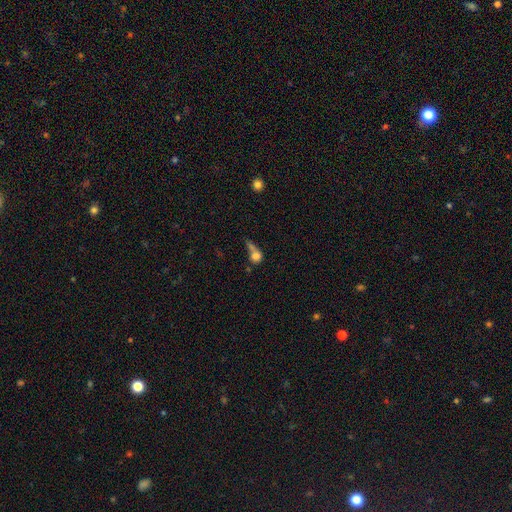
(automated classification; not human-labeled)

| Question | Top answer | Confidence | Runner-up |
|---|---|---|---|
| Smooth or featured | smooth | 68% | featured or disk (19%) |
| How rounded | round | 61% | in between (31%) |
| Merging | merger | 33% | none (27%) |